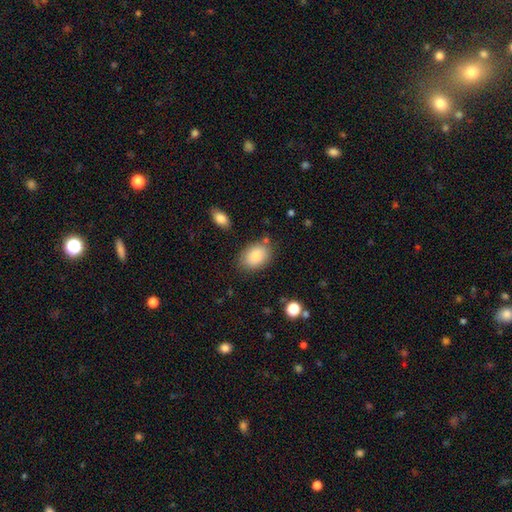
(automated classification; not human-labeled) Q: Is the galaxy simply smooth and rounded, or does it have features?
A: smooth — 85%.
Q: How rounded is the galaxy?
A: in between — 81%.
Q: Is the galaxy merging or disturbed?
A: none — 77%.